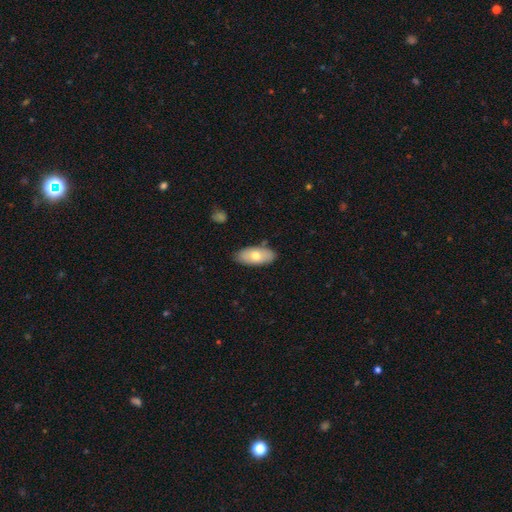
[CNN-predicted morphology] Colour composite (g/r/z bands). It shows a smooth galaxy with no disk features (69%) that is in between round and cigar-shaped (90%). Merging: none (81%).